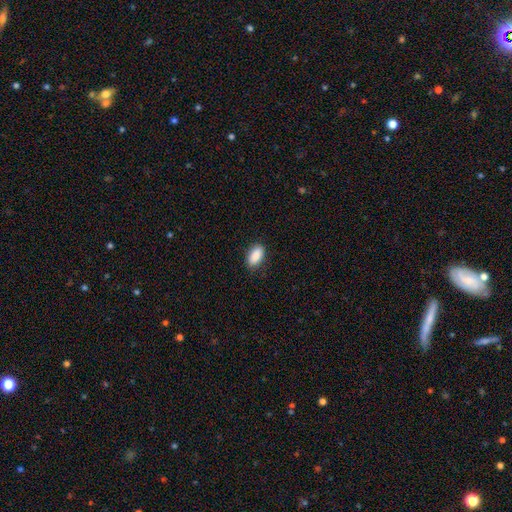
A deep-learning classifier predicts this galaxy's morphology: smooth_or_featured: smooth (p=0.90) [alt: star or artifact p=0.07]
how_rounded: in between (p=0.93) [alt: round p=0.04]
merging: none (p=0.88) [alt: minor disturbance p=0.09]